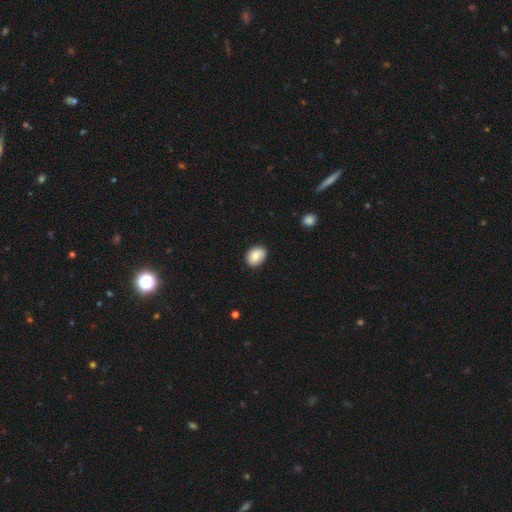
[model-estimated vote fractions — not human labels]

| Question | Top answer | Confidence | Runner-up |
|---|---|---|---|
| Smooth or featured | smooth | 83% | featured or disk (10%) |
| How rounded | in between | 63% | round (36%) |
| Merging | none | 86% | minor disturbance (11%) |